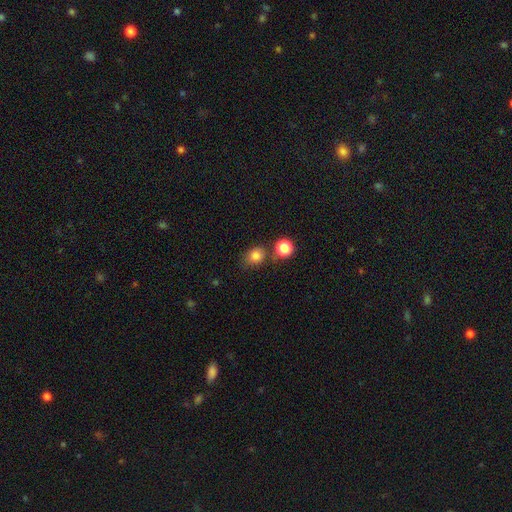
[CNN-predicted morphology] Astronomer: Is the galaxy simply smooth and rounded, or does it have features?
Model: smooth — 82%.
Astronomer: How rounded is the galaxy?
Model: round — 59% (runner-up: in between, 40%).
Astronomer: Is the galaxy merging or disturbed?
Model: none — 66%.